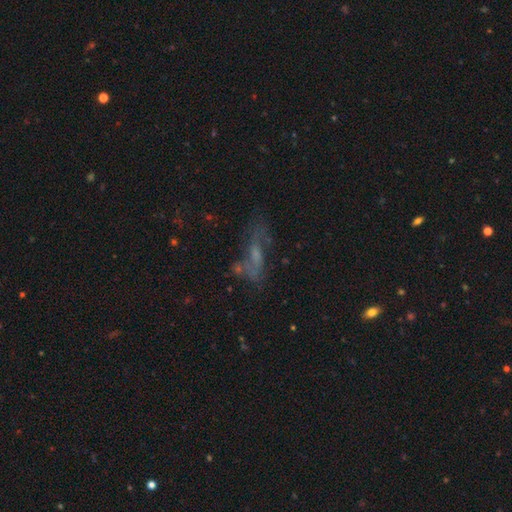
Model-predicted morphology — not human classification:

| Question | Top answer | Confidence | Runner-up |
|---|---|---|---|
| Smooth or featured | featured or disk | 48% | smooth (32%) |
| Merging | none | 45% | major disturbance (25%) |